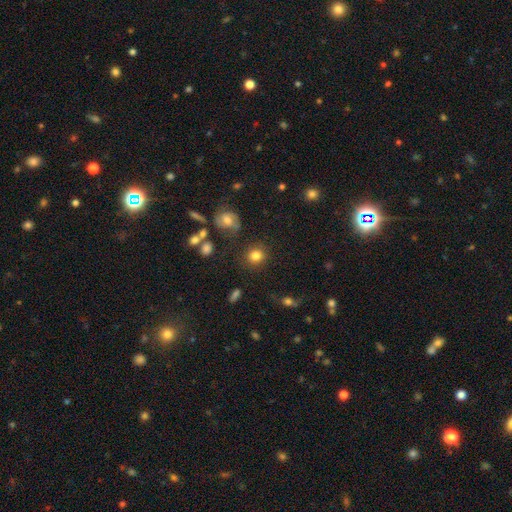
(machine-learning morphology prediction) Smooth or featured?
  - smooth: 81% *
  - star or artifact: 11%
  - featured or disk: 7%
How rounded?
  - round: 83% *
  - in between: 16%
  - cigar-shaped: 1%
Merging?
  - none: 80% *
  - minor disturbance: 10%
  - major disturbance: 5%
  - merger: 4%